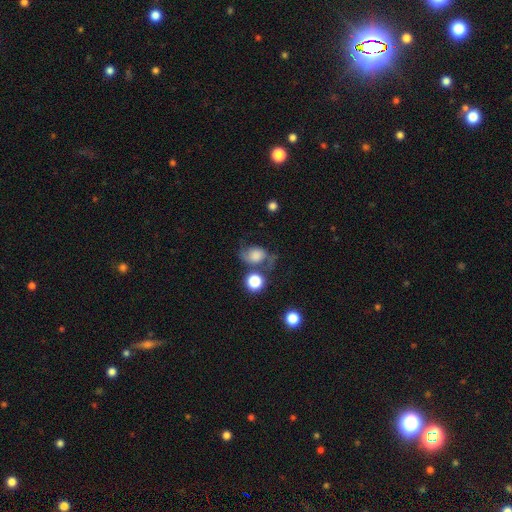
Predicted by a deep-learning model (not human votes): The model was most divided on "smooth or featured": smooth: 49%, featured or disk: 39%, star or artifact: 12%. Remaining: merging — none (43%).